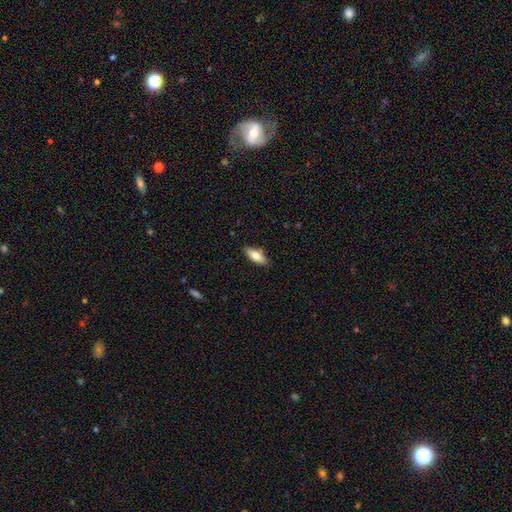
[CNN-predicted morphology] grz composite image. It shows a smooth galaxy with no disk features (76%) that is in between round and cigar-shaped (77%). Merging: none (85%).